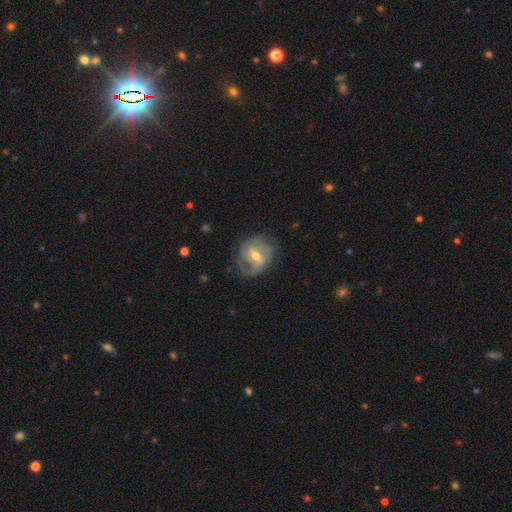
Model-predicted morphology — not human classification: Smooth or featured? featured or disk (74%)
Edge-on disk? no (96%)
Bar? weak (50%)
Spiral arms? yes (81%)
Spiral winding? medium (41%)
Spiral arm count? 2 (54%)
Bulge size? moderate (65%)
Merging? none (63%)